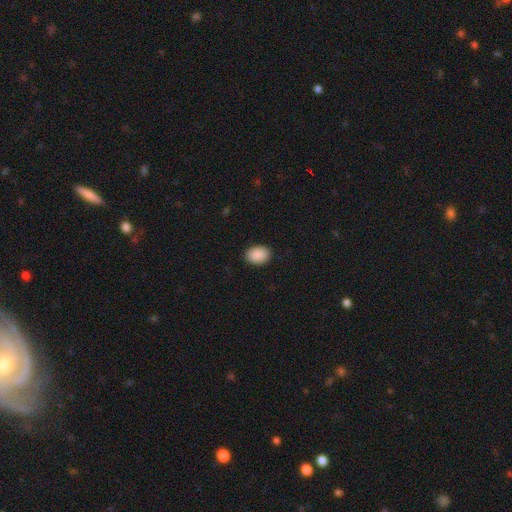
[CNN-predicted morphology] Smooth or featured: smooth — 90% (star or artifact — 7%)
How rounded: in between — 75% (round — 24%)
Merging: none — 90% (minor disturbance — 8%)